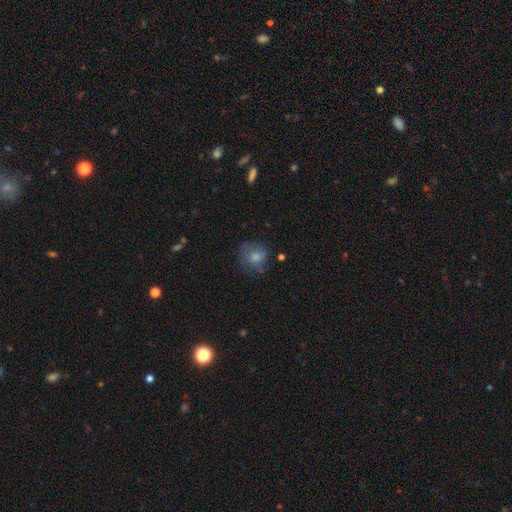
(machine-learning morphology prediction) Smooth or featured? Predicted: smooth (p=0.52). How rounded? Predicted: round (p=0.80). Merging? Predicted: none (p=0.70).